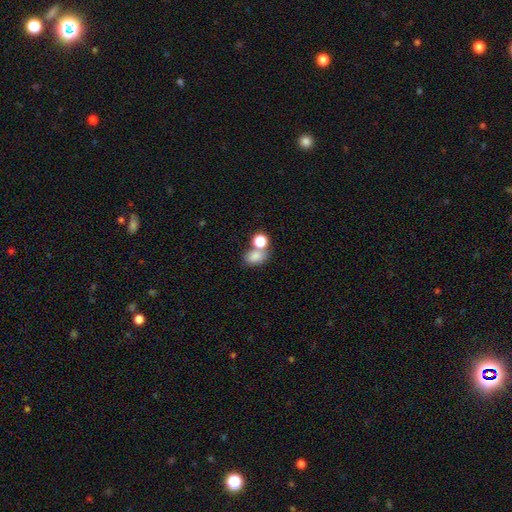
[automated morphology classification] Smooth or featured? smooth (80%)
How rounded? in between (63%)
Merging? none (46%)